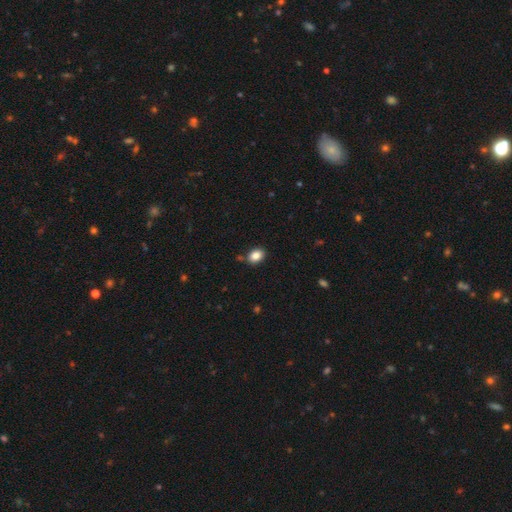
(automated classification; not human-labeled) Smooth or featured?
  - smooth: 86% *
  - star or artifact: 9%
  - featured or disk: 5%
How rounded?
  - in between: 72% *
  - round: 27%
  - cigar-shaped: 1%
Merging?
  - none: 82% *
  - minor disturbance: 11%
  - merger: 4%
  - major disturbance: 3%